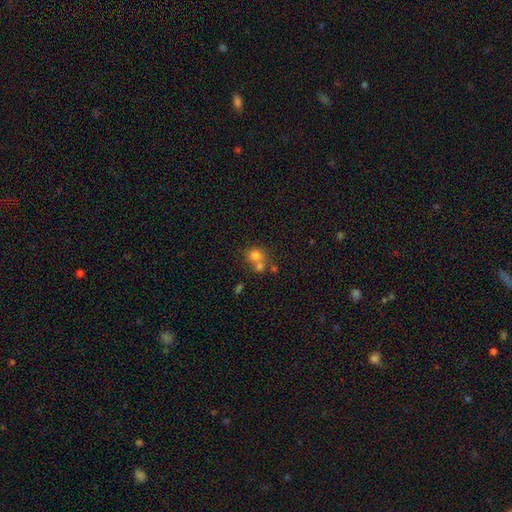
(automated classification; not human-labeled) Morphology: type=smooth (74%); roundness=round (79%); merging=merger (49%).